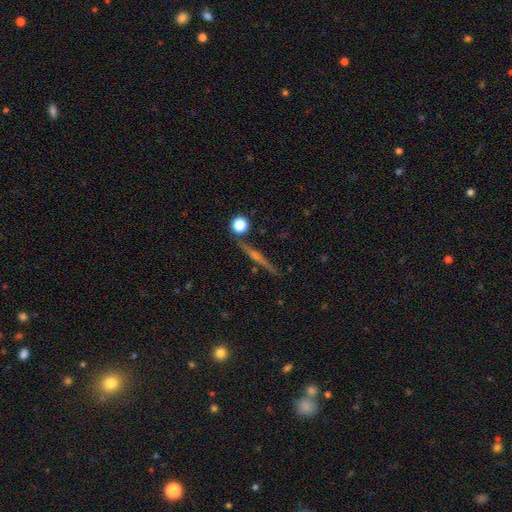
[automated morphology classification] smooth_or_featured: featured or disk (p=0.70) [alt: smooth p=0.20]
disk_edge_on: yes (p=0.97) [alt: no p=0.03]
edge_on_bulge: rounded (p=0.55) [alt: none p=0.33]
merging: none (p=0.87) [alt: minor disturbance p=0.07]